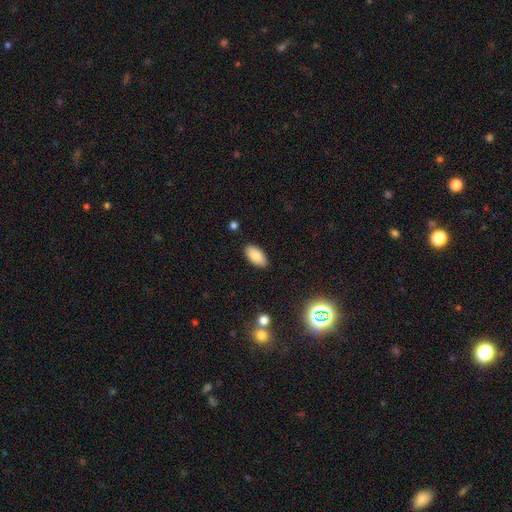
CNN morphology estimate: smooth_or_featured: smooth (p=0.86) [alt: star or artifact p=0.08]
how_rounded: in between (p=0.94) [alt: cigar-shaped p=0.03]
merging: none (p=0.87) [alt: minor disturbance p=0.10]